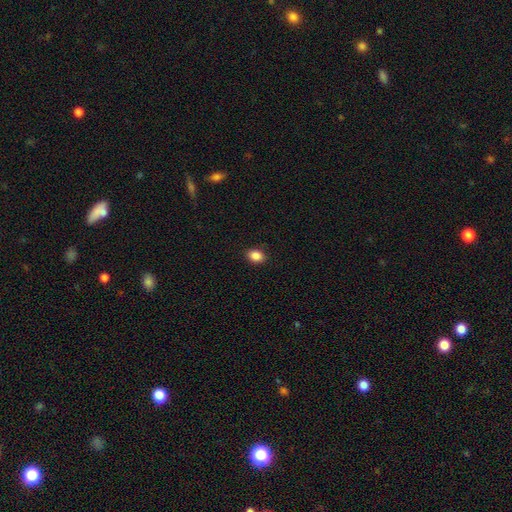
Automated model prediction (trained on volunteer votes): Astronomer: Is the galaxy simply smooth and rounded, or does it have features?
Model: smooth — 88%.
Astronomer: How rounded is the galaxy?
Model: in between — 67%.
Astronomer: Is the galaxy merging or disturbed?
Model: none — 89%.